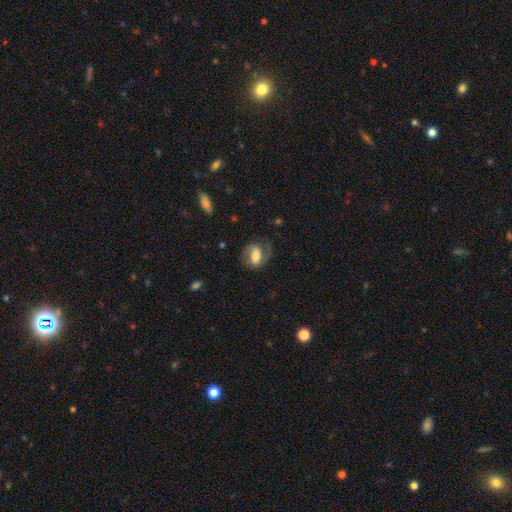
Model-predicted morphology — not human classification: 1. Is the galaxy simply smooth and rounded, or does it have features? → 49% featured or disk, 43% smooth, 7% star or artifact.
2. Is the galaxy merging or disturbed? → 63% none, 21% minor disturbance, 15% major disturbance, 1% merger.